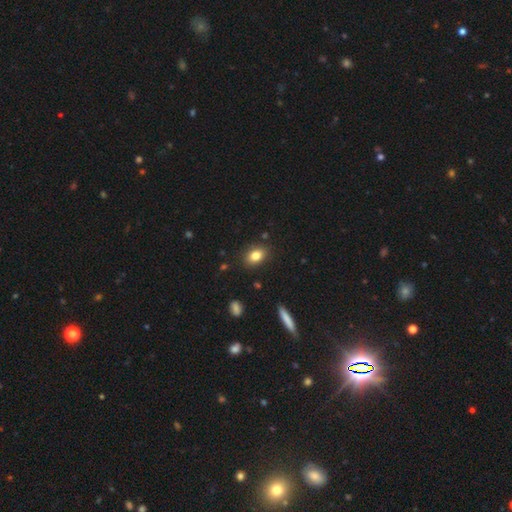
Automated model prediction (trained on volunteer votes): smooth 82%, star or artifact 9%, featured or disk 9%. Down the decision tree: how rounded — in between (76%); merging — none (87%).